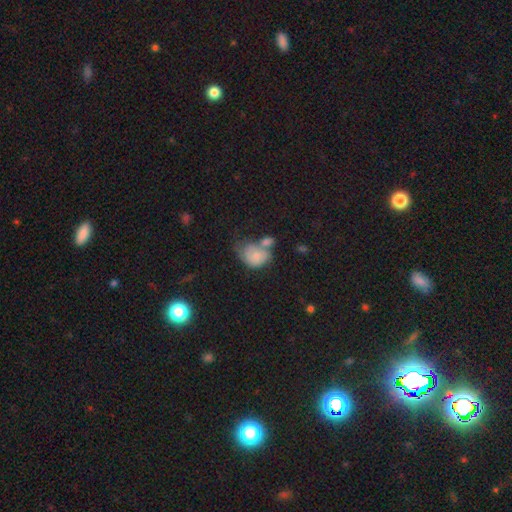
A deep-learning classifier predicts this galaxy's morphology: smooth-or-featured: smooth: 68% | featured or disk: 23% | star or artifact: 9%
  how-rounded: in between: 56% | round: 43% | cigar-shaped: 1%
  merging: merger: 46% | none: 20% | minor disturbance: 19% | major disturbance: 16%